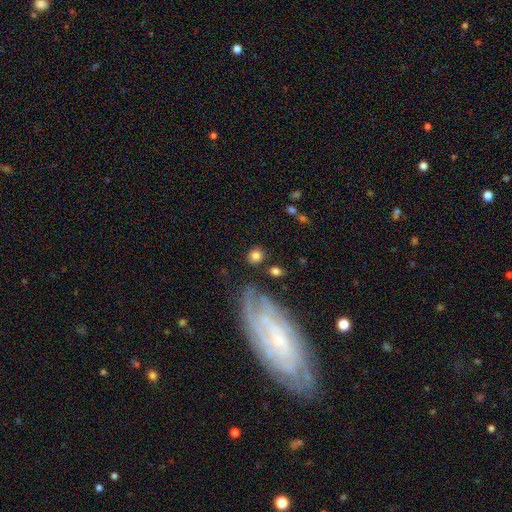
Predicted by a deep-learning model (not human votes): smooth 80%, featured or disk 11%, star or artifact 9%. Down the decision tree: how rounded — round (80%); merging — none (78%).